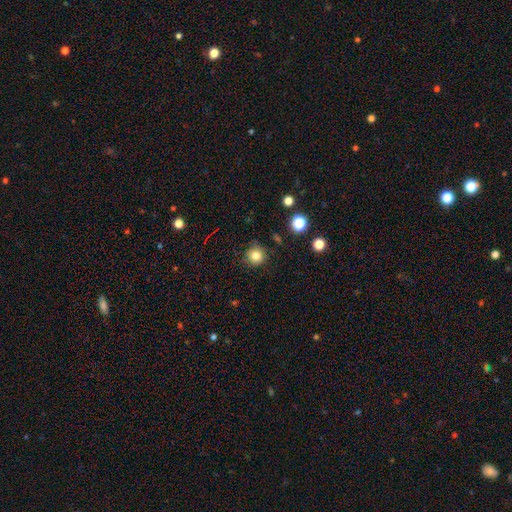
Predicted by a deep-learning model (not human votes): Morphology: type=smooth (82%); roundness=round (93%); merging=none (84%).